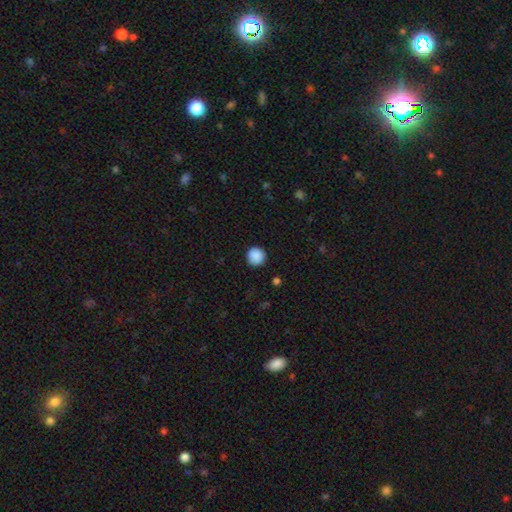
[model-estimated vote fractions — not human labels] Overall: smooth (89%). How rounded: round (95%). Merging: none (92%).